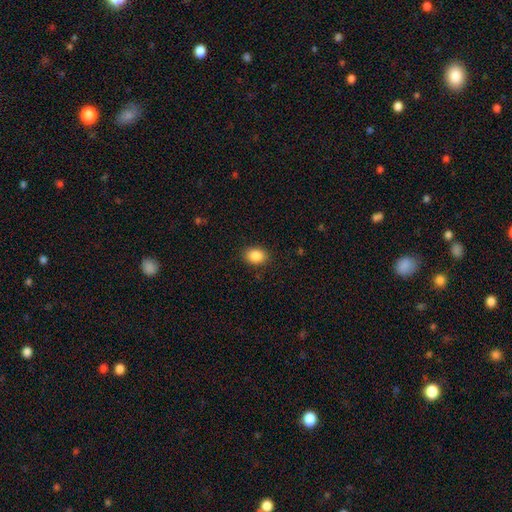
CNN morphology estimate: smooth-or-featured: smooth: 87% | star or artifact: 9% | featured or disk: 4%
  how-rounded: in between: 65% | round: 34% | cigar-shaped: 1%
  merging: none: 88% | minor disturbance: 8% | major disturbance: 2% | merger: 1%